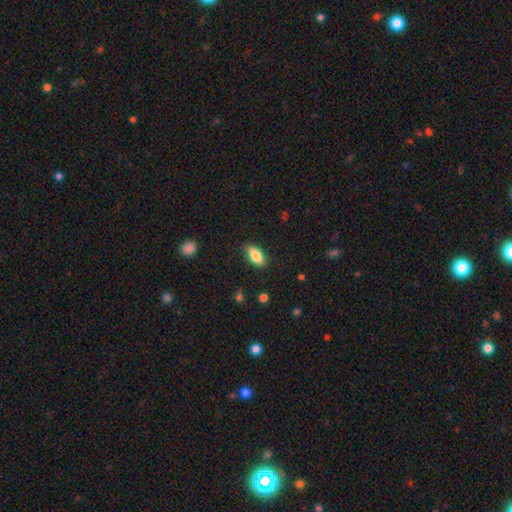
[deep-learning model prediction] A smooth galaxy with no disk features (82%) that is in between round and cigar-shaped (89%). Merging: none (84%).